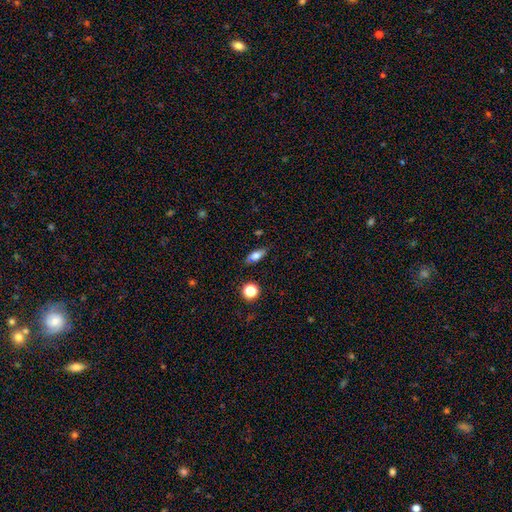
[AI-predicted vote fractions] A smooth galaxy with no disk features (69%) that is in between round and cigar-shaped (74%).

Vote fractions:
- Smooth or featured? smooth: 69% / featured or disk: 21% / star or artifact: 10%
- How rounded? in between: 74% / cigar-shaped: 19% / round: 7%
- Merging? none: 81% / minor disturbance: 12% / merger: 4% / major disturbance: 3%